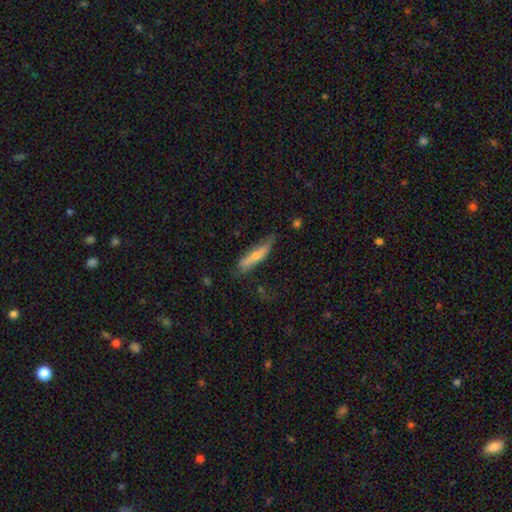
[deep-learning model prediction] Smooth or featured? Predicted: smooth (p=0.49). Merging? Predicted: none (p=0.64).